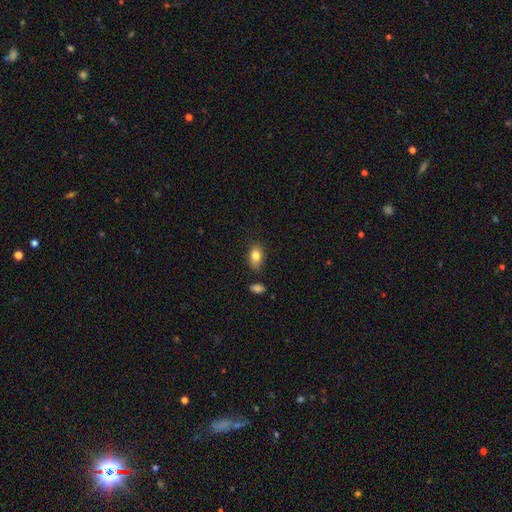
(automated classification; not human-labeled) Smooth or featured? Predicted: smooth (p=0.83). How rounded? Predicted: in between (p=0.85). Merging? Predicted: none (p=0.78).